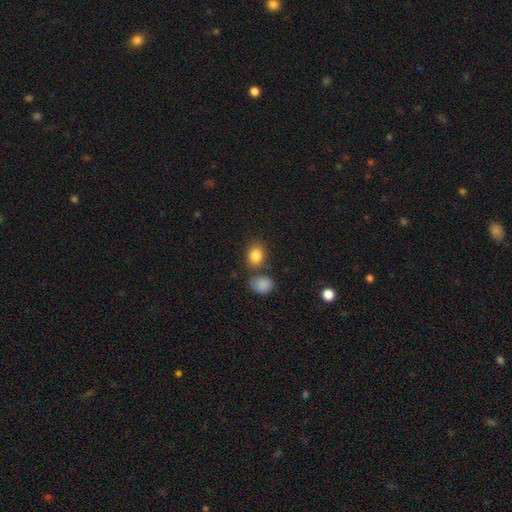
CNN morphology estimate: This appears to be a smooth galaxy with no disk features (85%) that is in between round and cigar-shaped (51%). Merging: none (67%).